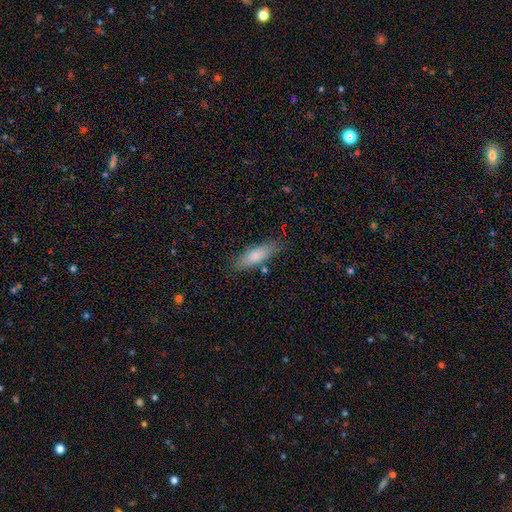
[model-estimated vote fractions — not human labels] Smooth or featured? Predicted: smooth (p=0.79). How rounded? Predicted: in between (p=0.53). Merging? Predicted: none (p=0.79).